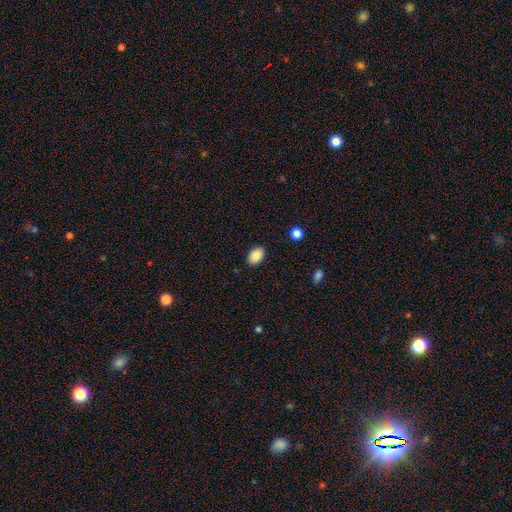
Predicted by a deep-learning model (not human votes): Q: Smooth or featured?
A: smooth (87%); runner-up: star or artifact (8%)
Q: How rounded?
A: in between (85%); runner-up: round (14%)
Q: Merging?
A: none (89%); runner-up: minor disturbance (8%)